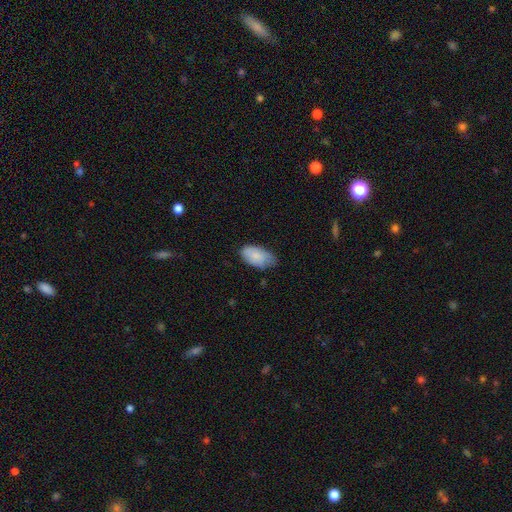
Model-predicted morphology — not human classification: The model was most divided on "merging": none: 57%, minor disturbance: 35%, major disturbance: 7%, merger: 2%. More confident: how rounded — in between (94%); smooth or featured — smooth (81%).